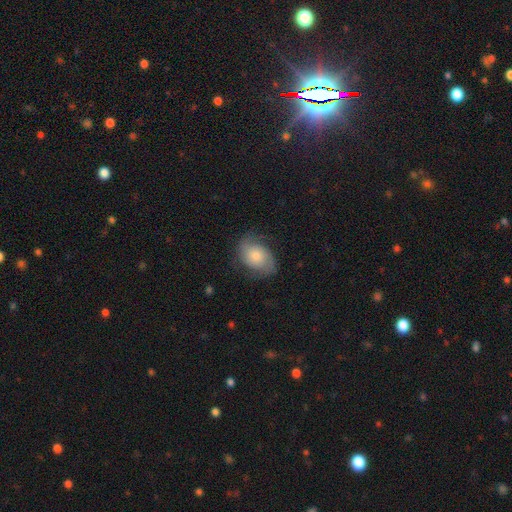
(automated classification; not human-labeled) Q: Smooth or featured?
A: featured or disk (56%); runner-up: smooth (37%)
Q: Edge-on disk?
A: no (97%); runner-up: yes (3%)
Q: Bar?
A: no (76%); runner-up: weak (21%)
Q: Spiral arms?
A: yes (88%); runner-up: no (12%)
Q: Bulge size?
A: moderate (49%); runner-up: small (33%)
Q: Merging?
A: none (67%); runner-up: minor disturbance (22%)